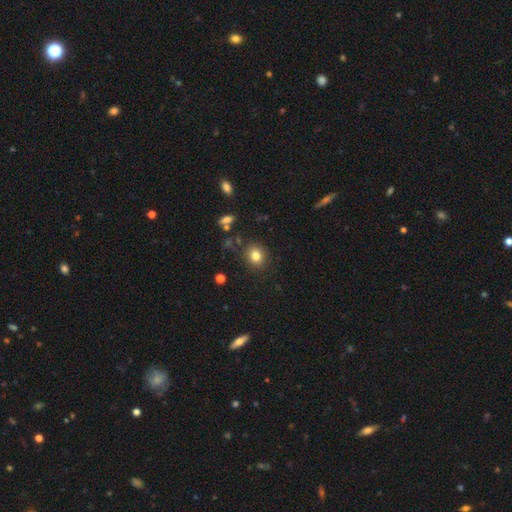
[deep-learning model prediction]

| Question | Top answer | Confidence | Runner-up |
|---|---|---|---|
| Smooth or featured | smooth | 81% | star or artifact (12%) |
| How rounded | round | 71% | in between (28%) |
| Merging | none | 87% | minor disturbance (9%) |